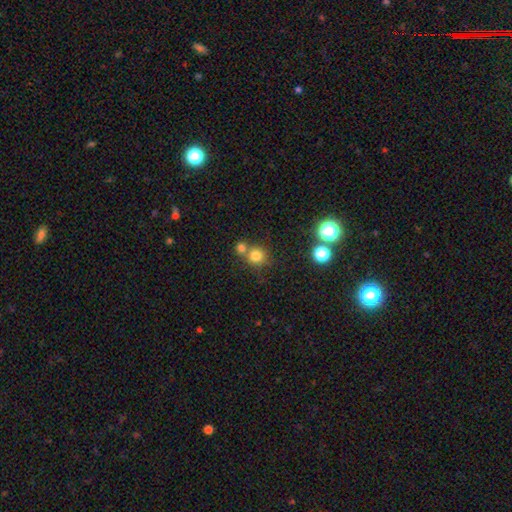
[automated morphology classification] Smooth or featured? smooth (78%)
How rounded? round (91%)
Merging? none (59%)